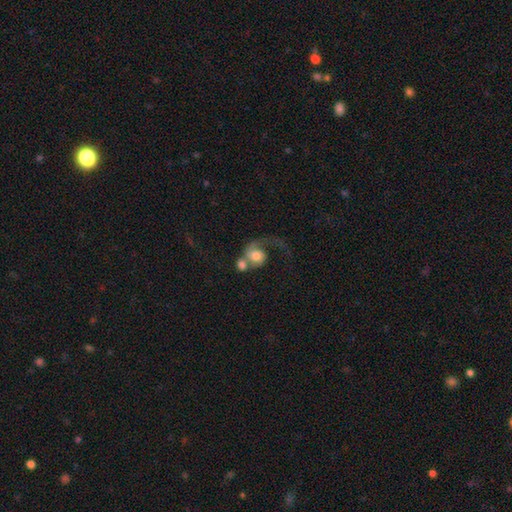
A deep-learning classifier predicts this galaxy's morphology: This is possibly a featured or disk galaxy (53%). It is clearly not viewed edge-on (97%). Bar: likely no (74%). Spiral arm pattern: clearly yes (82%). Central bulge: marginally moderate (39%). Merging: possibly merger (54%).